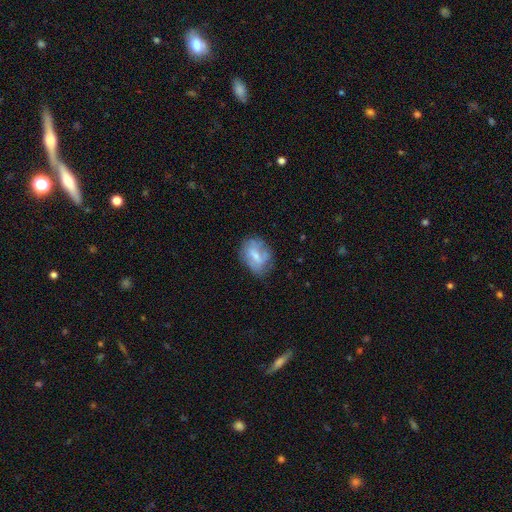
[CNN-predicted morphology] Q: Smooth or featured?
A: smooth (47%); runner-up: featured or disk (45%)
Q: Merging?
A: none (60%); runner-up: minor disturbance (26%)